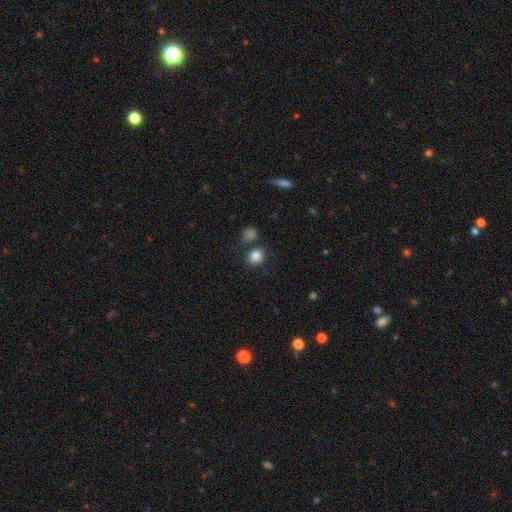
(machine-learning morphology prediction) A smooth galaxy with no disk features (84%) that is round (69%).

Vote fractions:
- Smooth or featured? smooth: 84% / star or artifact: 11% / featured or disk: 6%
- How rounded? round: 69% / in between: 30% / cigar-shaped: 1%
- Merging? none: 73% / minor disturbance: 12% / merger: 11% / major disturbance: 4%